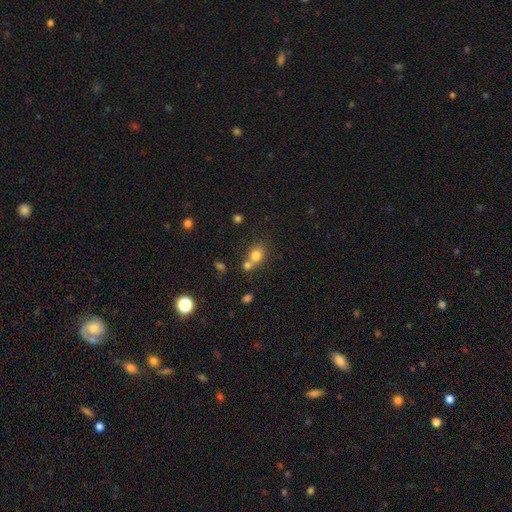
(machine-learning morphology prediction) Smooth or featured? Predicted: smooth (p=0.77). How rounded? Predicted: round (p=0.61). Merging? Predicted: merger (p=0.43, tied with none).